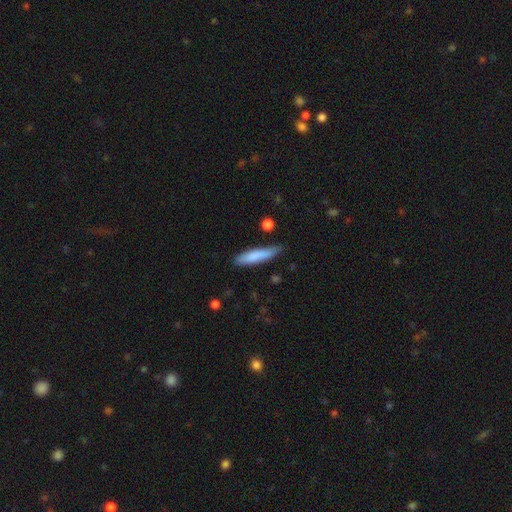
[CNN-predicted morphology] A smooth galaxy with no disk features (81%) that is cigar-shaped (79%). Merging: none (72%).